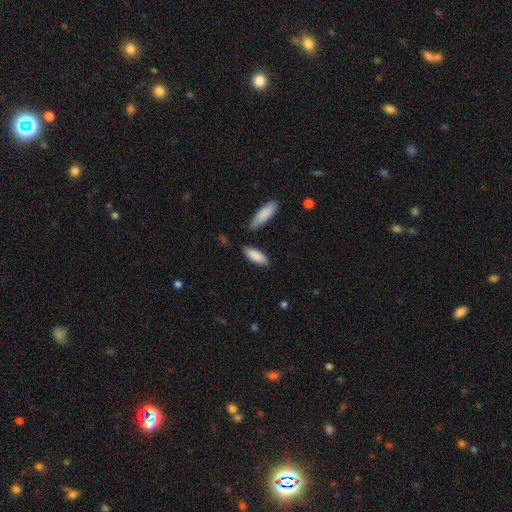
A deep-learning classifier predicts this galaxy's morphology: This appears to be a smooth galaxy with no disk features (87%) that is in between round and cigar-shaped (61%). Merging: none (81%).